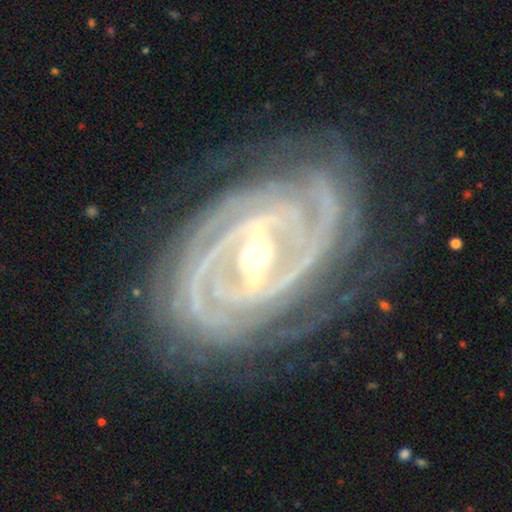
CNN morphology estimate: The model was most divided on "spiral arm count": 2: 32%, 3: 22%, can't tell: 15%, 4: 15%, more than 4: 9%, 1: 7%. More confident: spiral arms — yes (98%); edge-on disk — no (95%); smooth or featured — featured or disk (92%); spiral winding — tight (80%); merging — none (79%); bar — strong (60%); bulge size — moderate (59%).